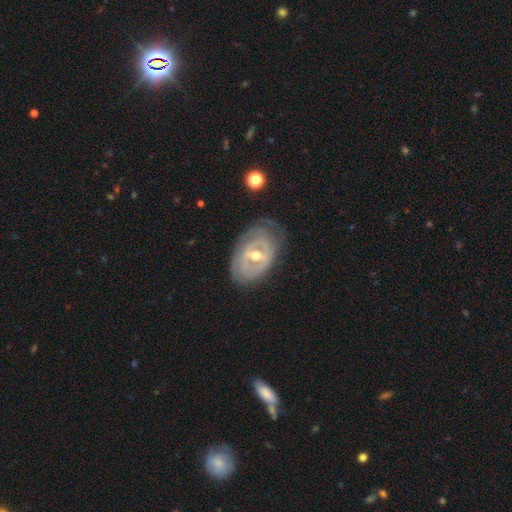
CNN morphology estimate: Overall: featured or disk (79%). Edge-on disk: no (94%). Bar: weak (42%; strong 34%). Spiral arms: yes (61%; no 39%). Bulge size: moderate (71%). Merging: none (64%; minor disturbance 24%).